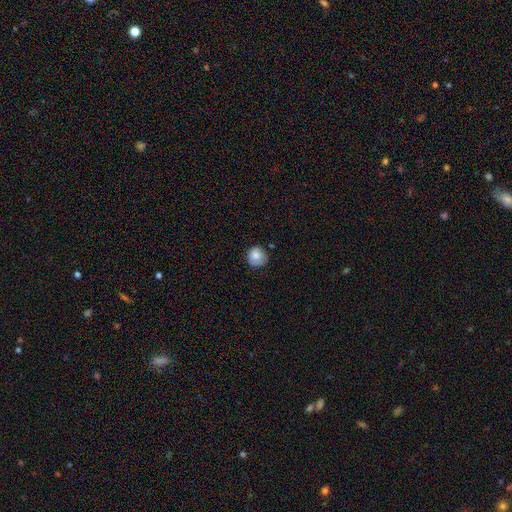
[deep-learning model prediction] This is clearly a smooth galaxy (81%). How rounded: clearly round (90%). Merging: likely none (72%).